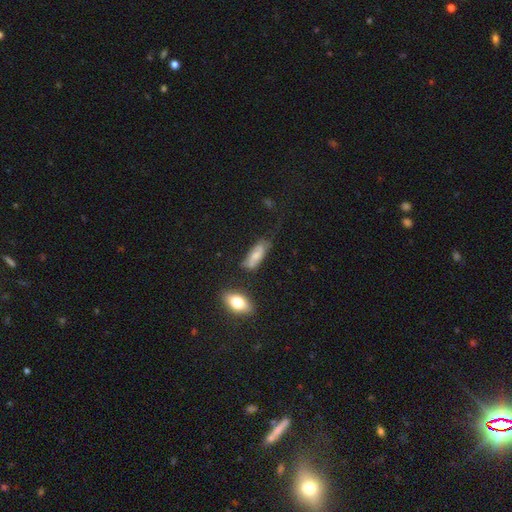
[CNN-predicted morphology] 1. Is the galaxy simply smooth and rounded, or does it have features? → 60% smooth, 32% featured or disk, 9% star or artifact.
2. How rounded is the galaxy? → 67% in between, 30% cigar-shaped, 3% round.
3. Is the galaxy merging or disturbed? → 50% none, 29% minor disturbance, 13% major disturbance, 7% merger.